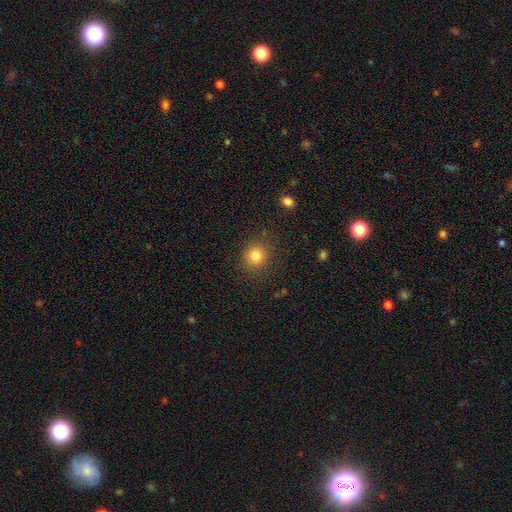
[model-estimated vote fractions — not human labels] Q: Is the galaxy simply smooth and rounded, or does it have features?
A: smooth — 82%.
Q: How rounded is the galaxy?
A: round — 87%.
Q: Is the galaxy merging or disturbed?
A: none — 86%.